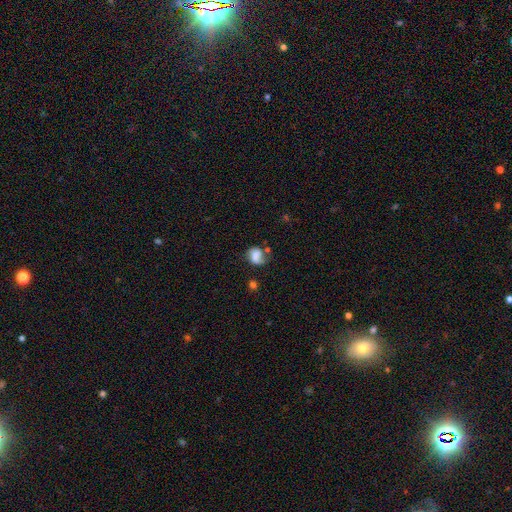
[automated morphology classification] Smooth or featured? Predicted: smooth (p=0.61). How rounded? Predicted: round (p=0.53). Merging? Predicted: none (p=0.41).